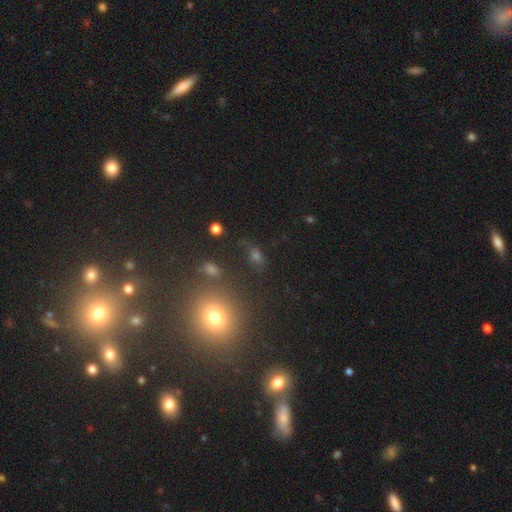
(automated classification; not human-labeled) A smooth galaxy with no disk features (51%) that is in between round and cigar-shaped (59%). Merging: none (64%).